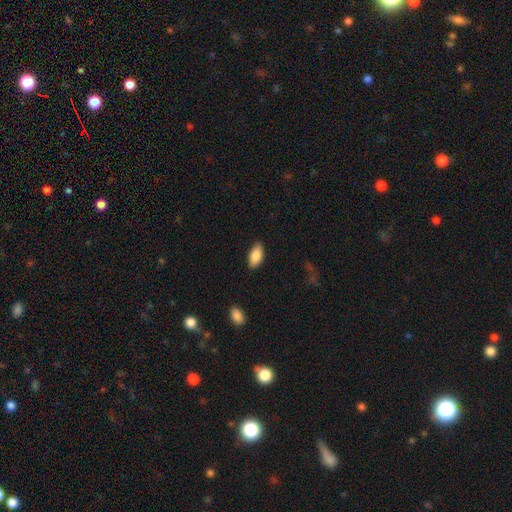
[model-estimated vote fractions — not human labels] smooth-or-featured: smooth: 87% | featured or disk: 7% | star or artifact: 6%
  how-rounded: in between: 92% | cigar-shaped: 5% | round: 3%
  merging: none: 83% | minor disturbance: 13% | major disturbance: 3% | merger: 1%